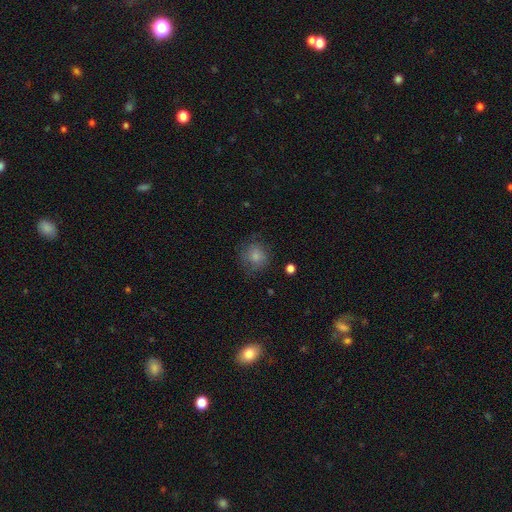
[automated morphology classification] A smooth galaxy with no disk features (80%) that is round (82%).

Vote fractions:
- Smooth or featured? smooth: 80% / featured or disk: 11% / star or artifact: 10%
- How rounded? round: 82% / in between: 17% / cigar-shaped: 1%
- Merging? none: 70% / minor disturbance: 20% / major disturbance: 8% / merger: 2%